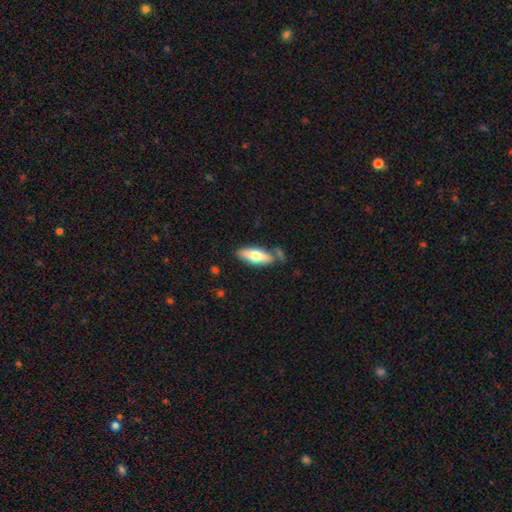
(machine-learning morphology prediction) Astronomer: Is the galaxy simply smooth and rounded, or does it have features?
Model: smooth — 66%.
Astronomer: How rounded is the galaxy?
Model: in between — 66%.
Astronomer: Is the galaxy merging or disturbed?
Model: none — 71%.